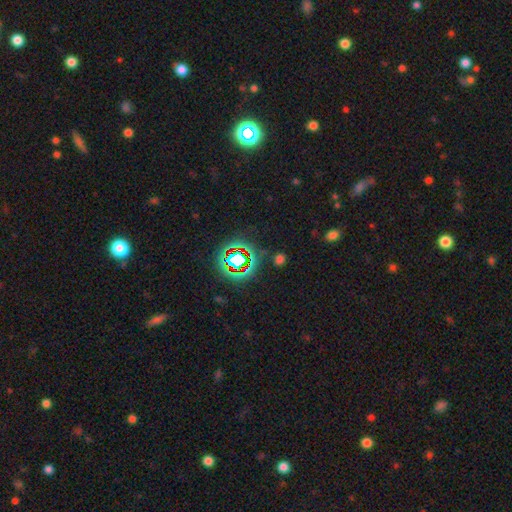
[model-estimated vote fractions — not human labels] This is likely a star or artifact rather than a galaxy (73%).